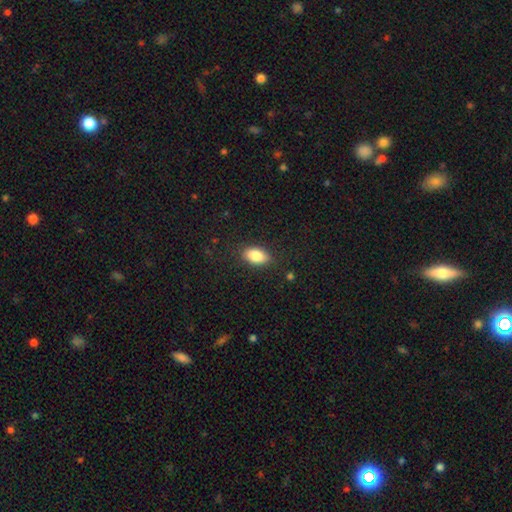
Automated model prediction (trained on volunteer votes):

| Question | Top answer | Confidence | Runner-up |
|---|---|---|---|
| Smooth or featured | smooth | 85% | star or artifact (8%) |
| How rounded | in between | 91% | round (6%) |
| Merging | none | 85% | minor disturbance (11%) |